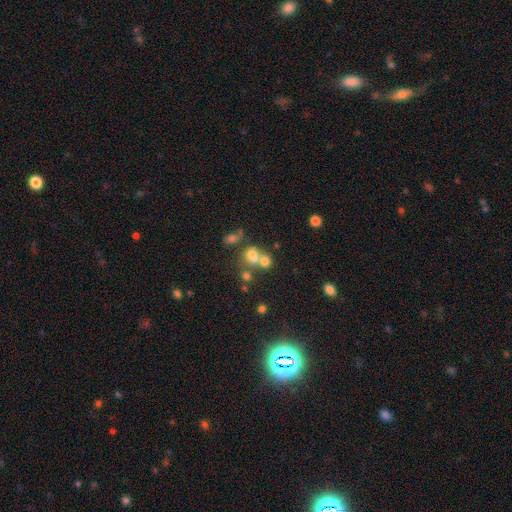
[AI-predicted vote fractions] Smooth or featured: smooth — 47% (star or artifact — 35%)
Merging: merger — 46% (none — 39%)